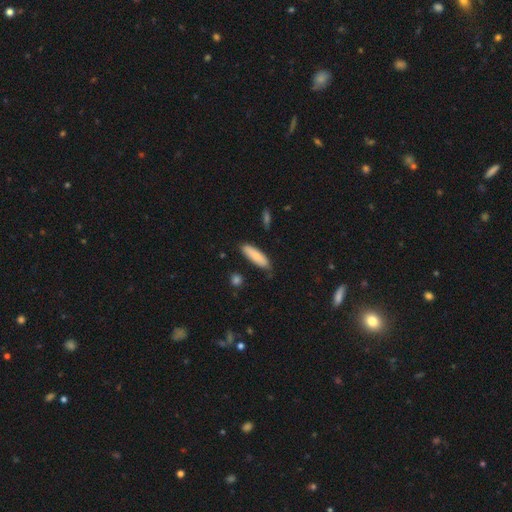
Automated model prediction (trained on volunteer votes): The model was most divided on "how rounded": cigar-shaped: 52%, in between: 46%, round: 2%. More confident: smooth or featured — smooth (79%); merging — none (79%).